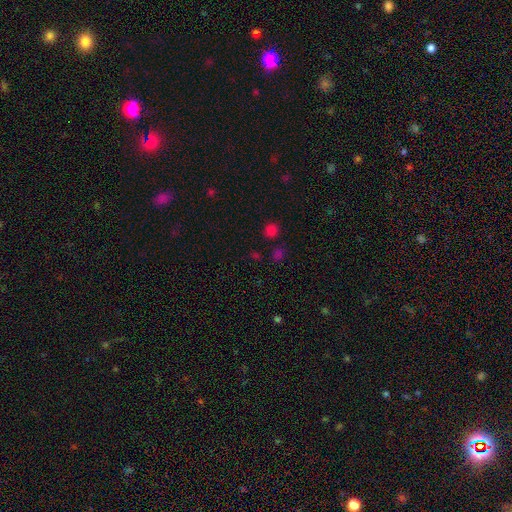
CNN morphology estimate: Overall: smooth (51%; star or artifact 43%). How rounded: round (78%). Merging: none (80%).